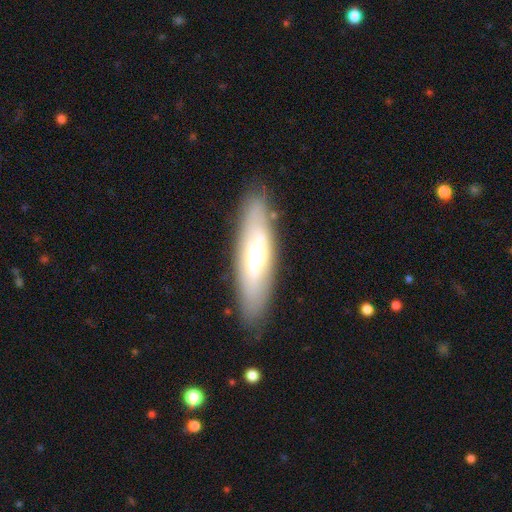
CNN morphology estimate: Overall: smooth (49%; featured or disk 44%). Merging: none (83%).